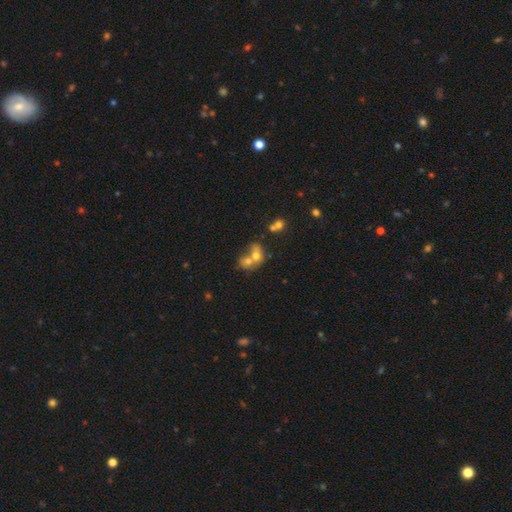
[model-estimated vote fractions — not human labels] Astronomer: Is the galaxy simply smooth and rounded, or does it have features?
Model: smooth — 61%.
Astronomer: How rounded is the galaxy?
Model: in between — 50% (runner-up: round, 48%).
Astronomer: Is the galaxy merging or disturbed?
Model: merger — 67%.